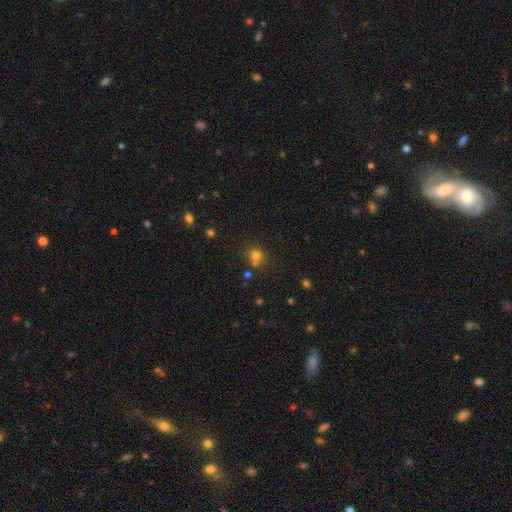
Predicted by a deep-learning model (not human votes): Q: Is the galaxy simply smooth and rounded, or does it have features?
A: smooth — 70%.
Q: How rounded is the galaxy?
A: round — 84%.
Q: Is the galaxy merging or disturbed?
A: none — 58%.